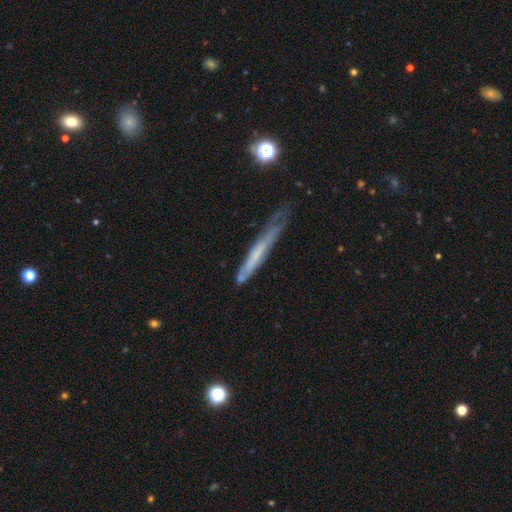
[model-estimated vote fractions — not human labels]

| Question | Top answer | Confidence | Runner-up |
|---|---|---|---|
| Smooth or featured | featured or disk | 47% | smooth (44%) |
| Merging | none | 55% | minor disturbance (30%) |